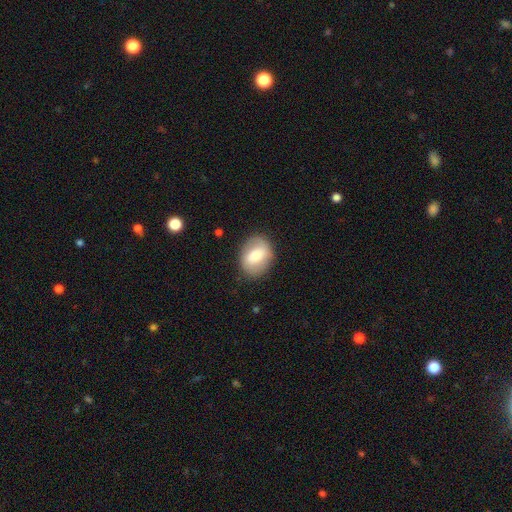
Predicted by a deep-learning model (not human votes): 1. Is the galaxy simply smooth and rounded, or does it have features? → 57% smooth, 36% featured or disk, 7% star or artifact.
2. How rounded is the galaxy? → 56% in between, 43% round, 1% cigar-shaped.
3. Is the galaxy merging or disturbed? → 83% none, 12% minor disturbance, 4% major disturbance, 1% merger.